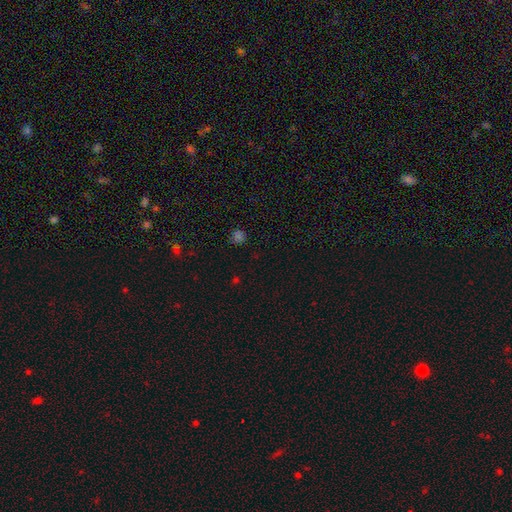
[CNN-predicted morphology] This is possibly a smooth galaxy (47%, tied with star or artifact). Merging: clearly none (82%).